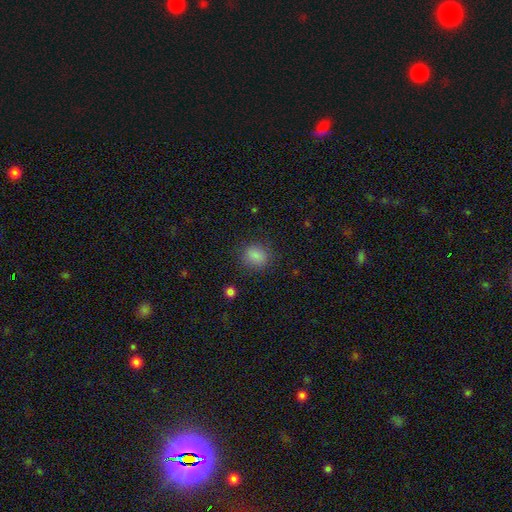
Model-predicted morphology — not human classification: smooth_or_featured: smooth (p=0.85) [alt: star or artifact p=0.10]
how_rounded: round (p=0.66) [alt: in between p=0.33]
merging: none (p=0.83) [alt: minor disturbance p=0.11]